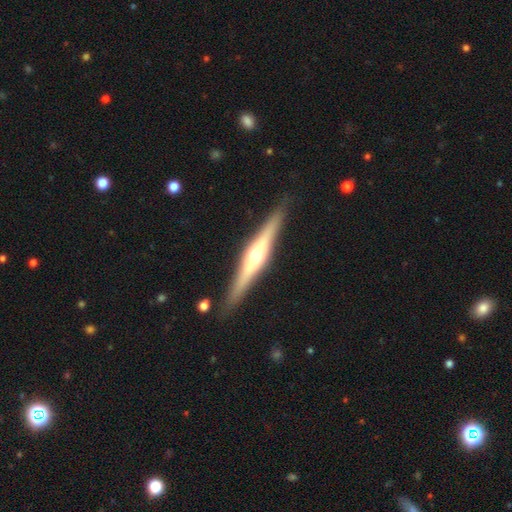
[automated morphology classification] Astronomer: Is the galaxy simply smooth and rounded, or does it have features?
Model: featured or disk — 75%.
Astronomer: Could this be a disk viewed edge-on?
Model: yes — 97%.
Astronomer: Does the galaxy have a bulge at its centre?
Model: rounded — 86%.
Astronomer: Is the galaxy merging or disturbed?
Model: none — 89%.